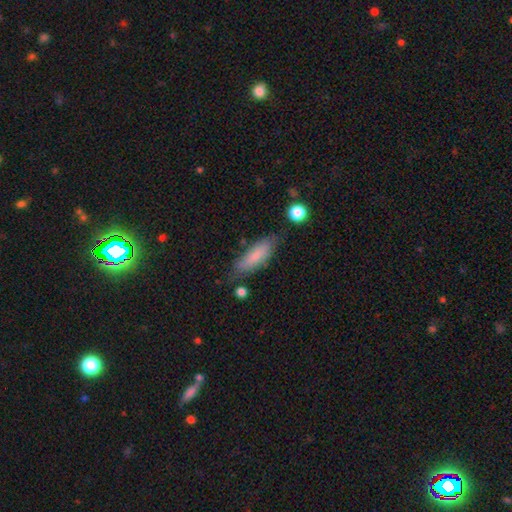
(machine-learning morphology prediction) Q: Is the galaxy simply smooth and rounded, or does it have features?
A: smooth — 79%.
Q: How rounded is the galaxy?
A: in between — 50%.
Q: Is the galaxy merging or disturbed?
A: none — 71%.